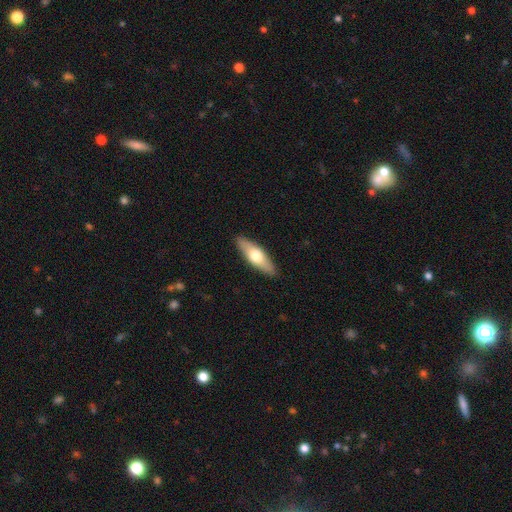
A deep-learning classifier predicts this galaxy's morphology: This is possibly a smooth galaxy (57%). How rounded: possibly in between (50%). Merging: clearly none (89%).